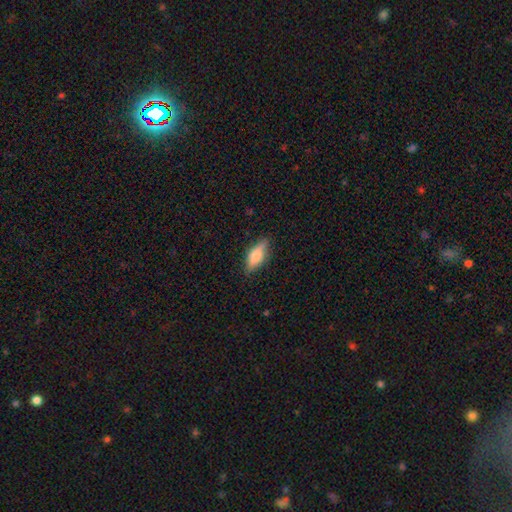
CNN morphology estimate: Q: Smooth or featured?
A: smooth (62%); runner-up: featured or disk (31%)
Q: How rounded?
A: in between (63%); runner-up: cigar-shaped (35%)
Q: Merging?
A: none (83%); runner-up: minor disturbance (13%)